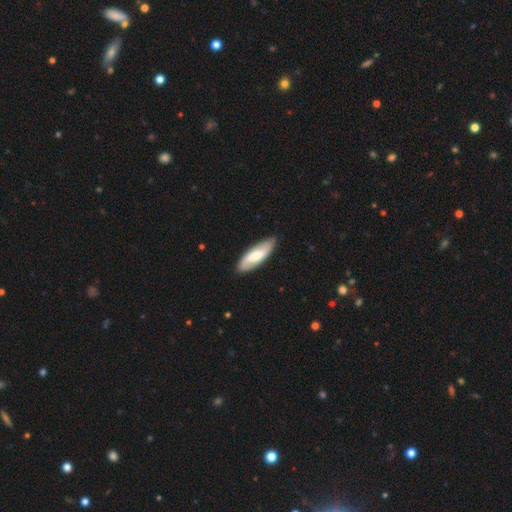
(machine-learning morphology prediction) Q: Smooth or featured?
A: smooth (50%); runner-up: featured or disk (45%)
Q: Merging?
A: none (86%); runner-up: minor disturbance (11%)